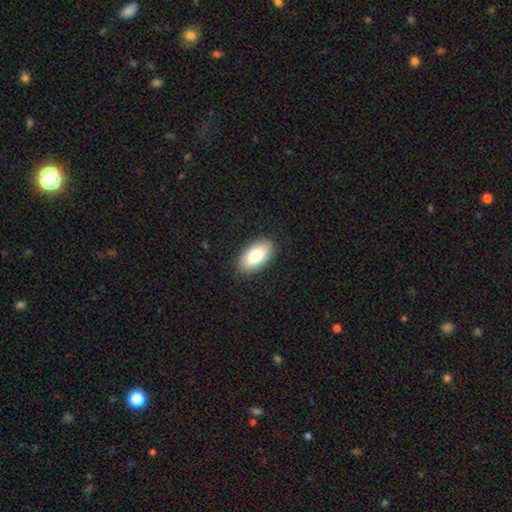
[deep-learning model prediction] smooth 82%, featured or disk 11%, star or artifact 7%. Down the decision tree: how rounded — in between (95%); merging — none (89%).